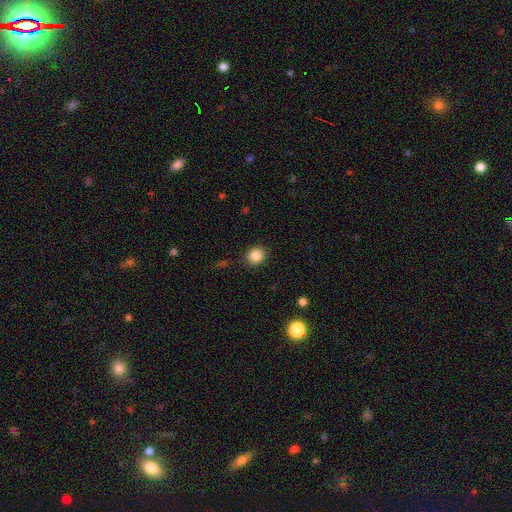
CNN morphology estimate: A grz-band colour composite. It shows a smooth galaxy with no disk features (85%) that is round (77%). Merging: none (88%).